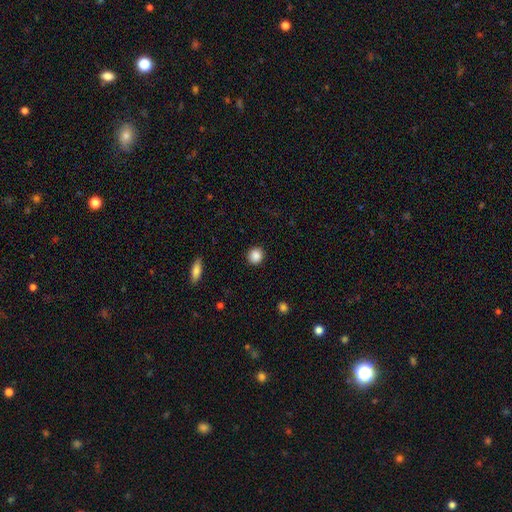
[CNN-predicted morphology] Smooth or featured? smooth (88%)
How rounded? round (88%)
Merging? none (91%)